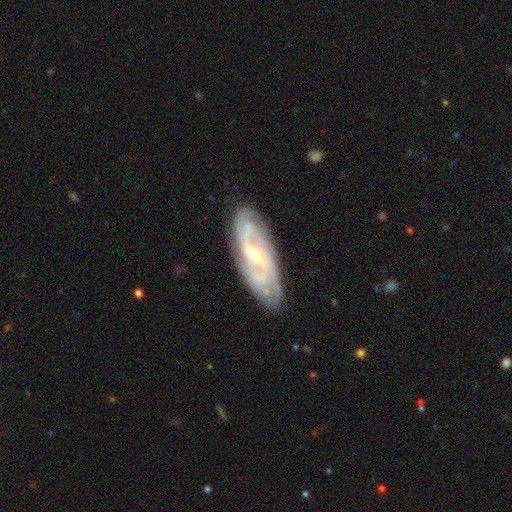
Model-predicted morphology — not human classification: Smooth or featured? featured or disk (83%)
Edge-on disk? no (88%)
Bar? no (42%)
Spiral arms? yes (94%)
Spiral winding? tight (52%)
Spiral arm count? can't tell (34%)
Bulge size? small (71%)
Merging? none (81%)